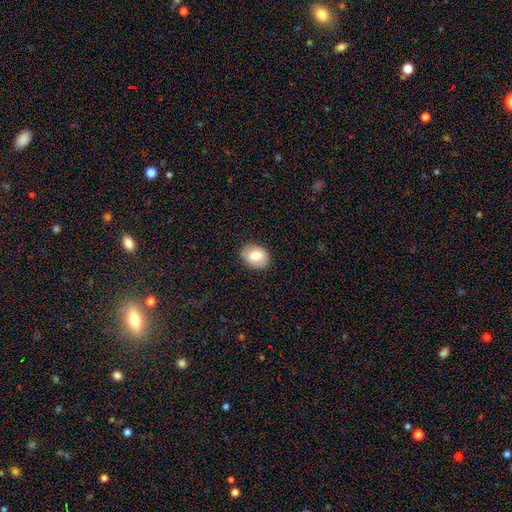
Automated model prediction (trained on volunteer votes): smooth 76%, featured or disk 16%, star or artifact 7%. Down the decision tree: how rounded — in between (62%); merging — none (87%).